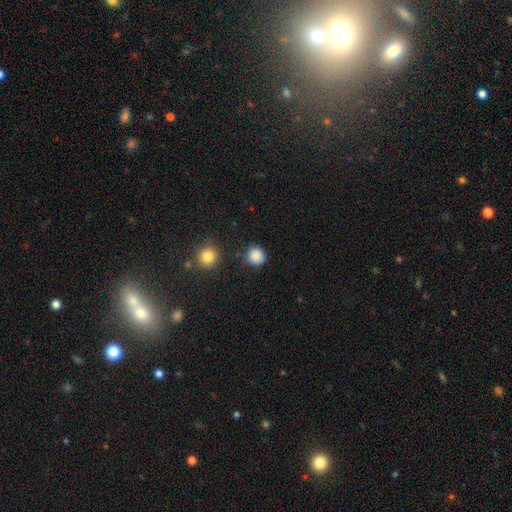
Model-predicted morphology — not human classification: smooth_or_featured: smooth (p=0.87) [alt: star or artifact p=0.10]
how_rounded: round (p=0.91) [alt: in between p=0.08]
merging: none (p=0.84) [alt: minor disturbance p=0.10]